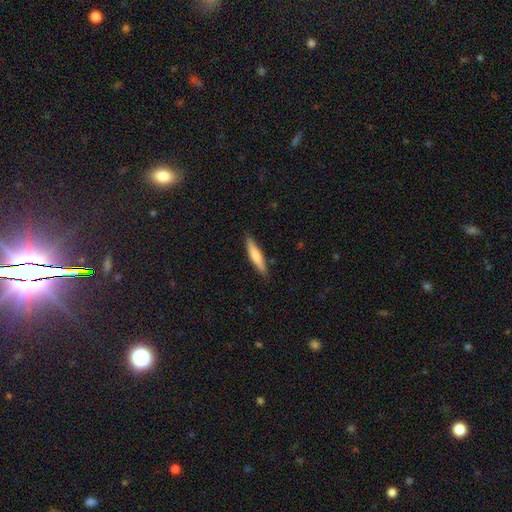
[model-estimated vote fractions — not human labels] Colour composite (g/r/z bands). It shows a smooth galaxy with no disk features (71%) that is cigar-shaped (86%). Merging: none (88%).